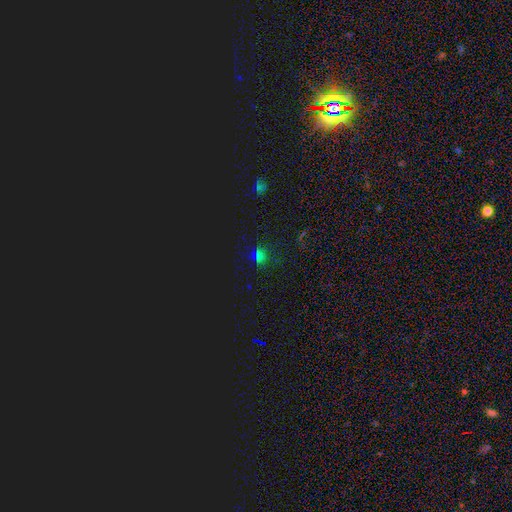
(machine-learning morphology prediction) The model was most divided on "smooth or featured": star or artifact: 57%, smooth: 36%, featured or disk: 7%.